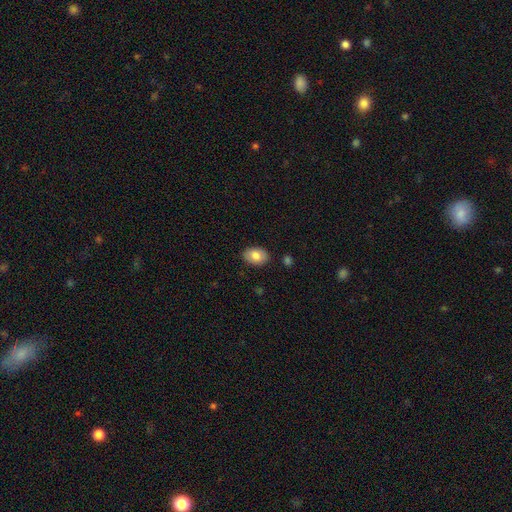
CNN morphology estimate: Smooth or featured?
  - smooth: 82% *
  - featured or disk: 10%
  - star or artifact: 7%
How rounded?
  - in between: 81% *
  - round: 17%
  - cigar-shaped: 1%
Merging?
  - none: 87% *
  - minor disturbance: 10%
  - major disturbance: 2%
  - merger: 2%